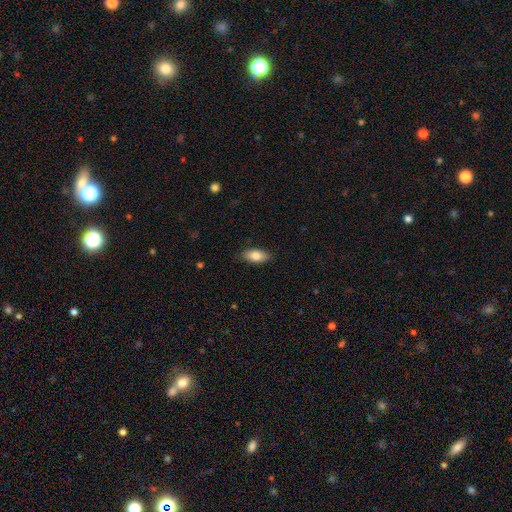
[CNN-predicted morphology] Overall: smooth (82%). How rounded: in between (89%). Merging: none (86%).